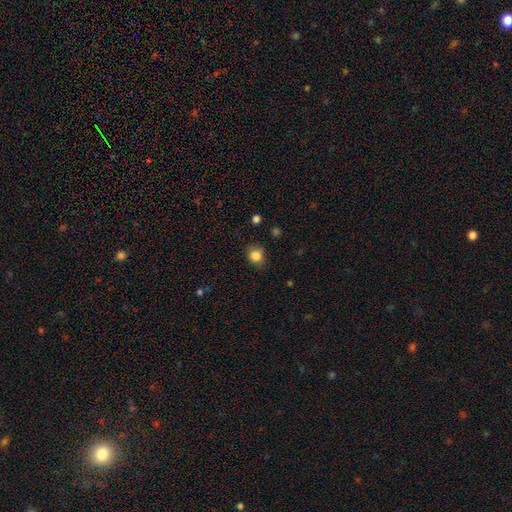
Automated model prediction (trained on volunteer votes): smooth 83%, star or artifact 11%, featured or disk 6%. Down the decision tree: how rounded — round (73%); merging — none (81%).